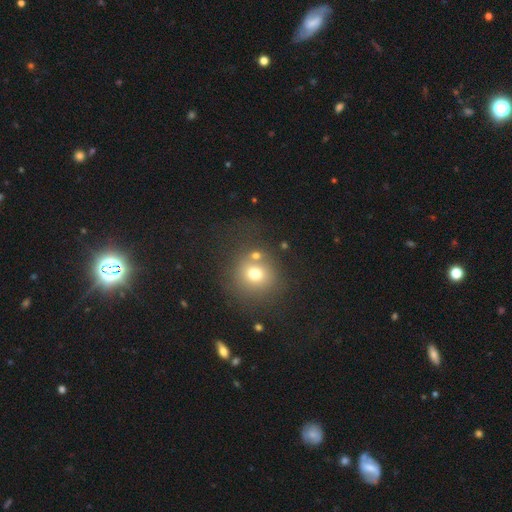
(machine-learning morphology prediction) type=smooth (71%); roundness=round (87%); merging=none (61%).